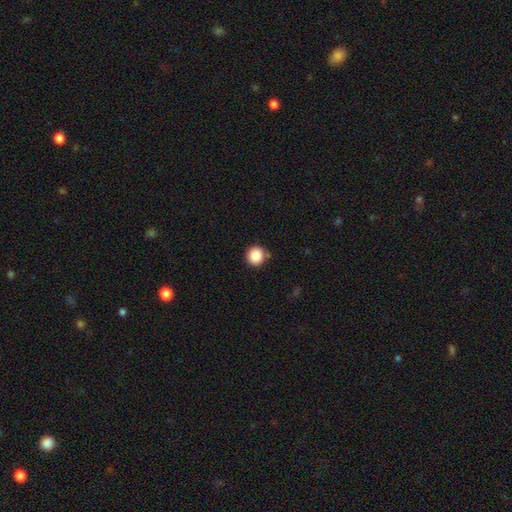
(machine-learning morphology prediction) Smooth or featured?
  - smooth: 87% *
  - star or artifact: 10%
  - featured or disk: 4%
How rounded?
  - round: 93% *
  - in between: 6%
  - cigar-shaped: 1%
Merging?
  - none: 86% *
  - minor disturbance: 8%
  - merger: 3%
  - major disturbance: 2%